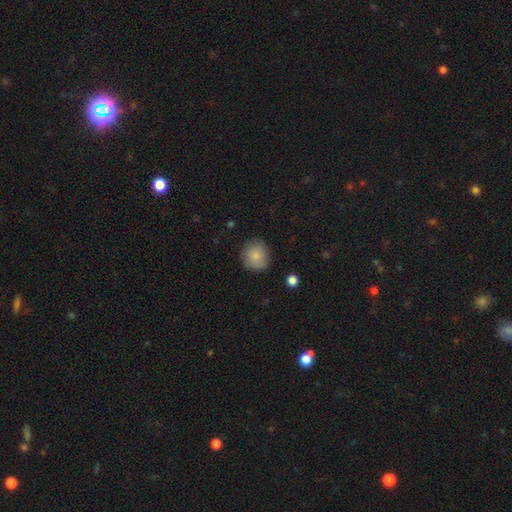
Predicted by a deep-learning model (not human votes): smooth-or-featured: smooth: 84% | featured or disk: 9% | star or artifact: 7%
  how-rounded: round: 87% | in between: 12% | cigar-shaped: 1%
  merging: none: 84% | minor disturbance: 12% | major disturbance: 3% | merger: 1%